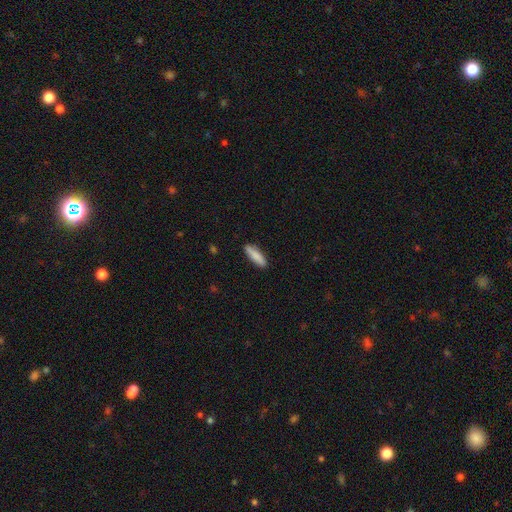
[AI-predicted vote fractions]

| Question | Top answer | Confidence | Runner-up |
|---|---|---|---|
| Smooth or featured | smooth | 86% | featured or disk (9%) |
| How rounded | cigar-shaped | 70% | in between (29%) |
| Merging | none | 88% | minor disturbance (9%) |